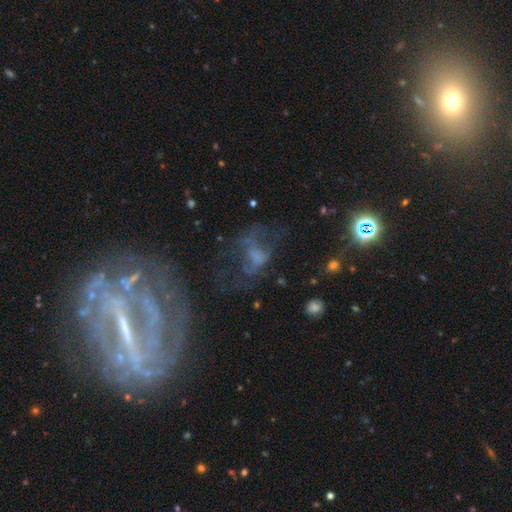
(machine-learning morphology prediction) Overall: featured or disk (51%; smooth 26%). Edge-on disk: no (94%). Merging: none (40%; major disturbance 37%).